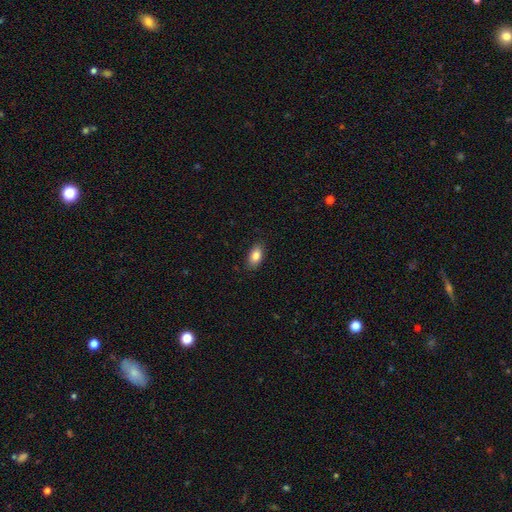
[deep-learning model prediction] A smooth galaxy with no disk features (84%) that is in between round and cigar-shaped (91%).

Vote fractions:
- Smooth or featured? smooth: 84% / featured or disk: 8% / star or artifact: 8%
- How rounded? in between: 91% / round: 5% / cigar-shaped: 5%
- Merging? none: 87% / minor disturbance: 10% / major disturbance: 2% / merger: 1%